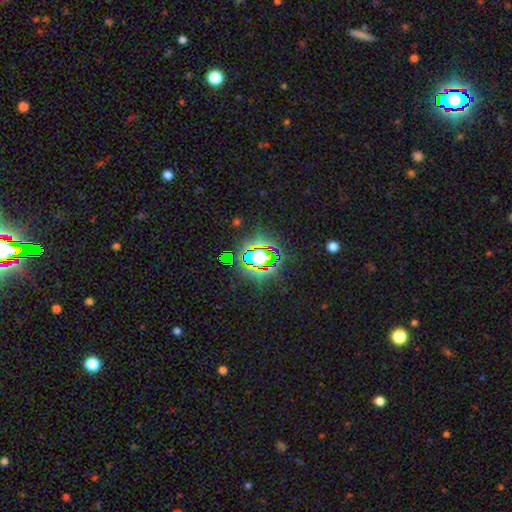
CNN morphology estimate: type=star or artifact (65%).